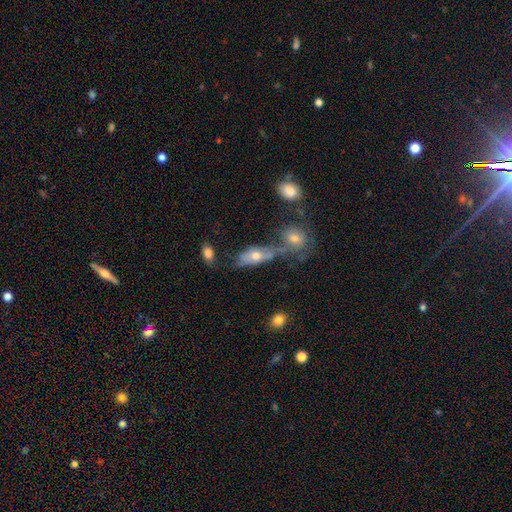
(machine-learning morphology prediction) A smooth galaxy with no disk features (49%). Merging: none (39%).